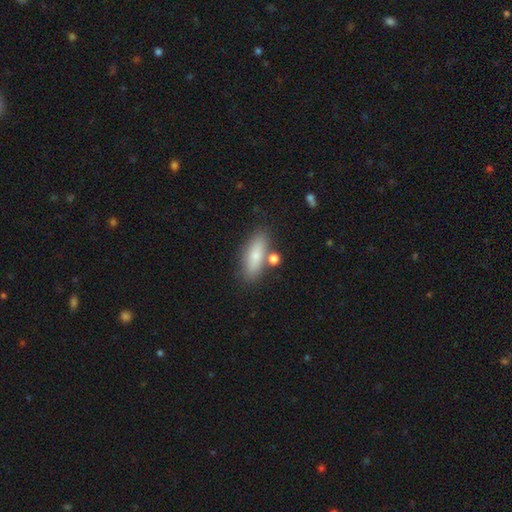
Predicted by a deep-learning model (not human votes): The model was most divided on "how rounded": in between: 58%, cigar-shaped: 38%, round: 4%. More confident: smooth or featured — smooth (75%); merging — none (72%).